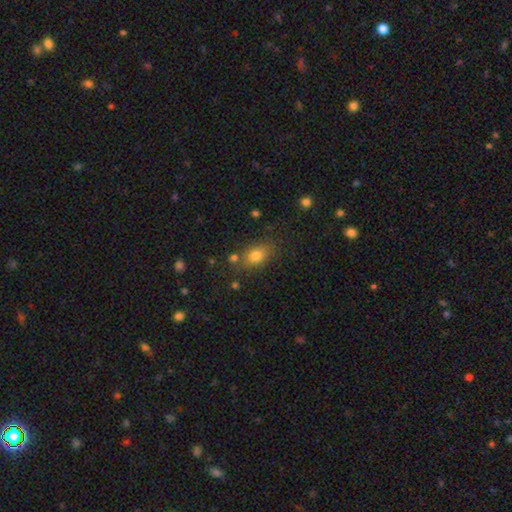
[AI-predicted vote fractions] Morphology: type=smooth (79%); roundness=in between (74%); merging=none (73%).